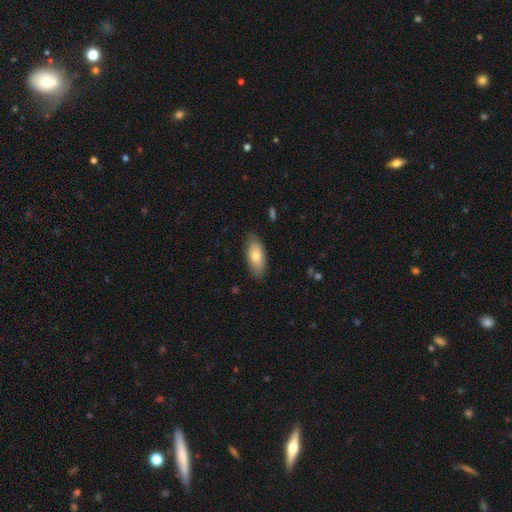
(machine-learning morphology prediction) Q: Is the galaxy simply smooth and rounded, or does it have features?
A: smooth — 73%.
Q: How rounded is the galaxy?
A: in between — 87%.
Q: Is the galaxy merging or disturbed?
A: none — 83%.